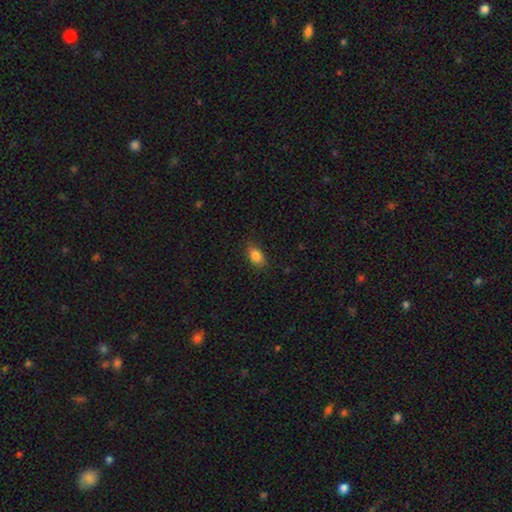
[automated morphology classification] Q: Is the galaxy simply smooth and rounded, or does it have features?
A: smooth — 85%.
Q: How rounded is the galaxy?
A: in between — 86%.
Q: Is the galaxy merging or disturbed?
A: none — 81%.